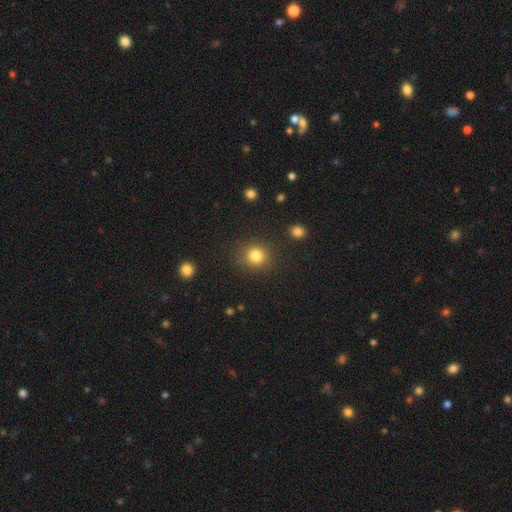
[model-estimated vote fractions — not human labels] smooth-or-featured: smooth: 83% | star or artifact: 12% | featured or disk: 5%
  how-rounded: round: 84% | in between: 15% | cigar-shaped: 1%
  merging: none: 86% | minor disturbance: 9% | major disturbance: 4% | merger: 2%